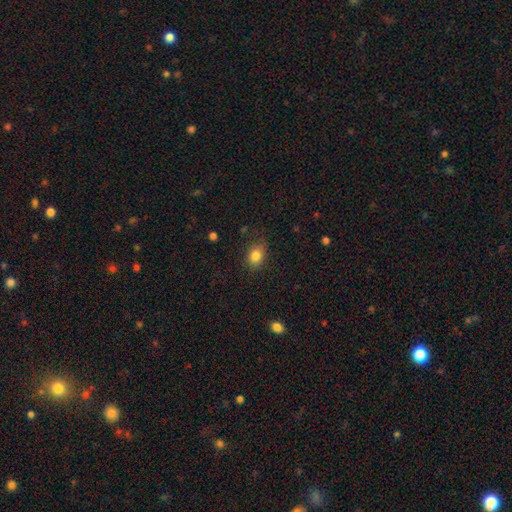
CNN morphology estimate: Overall: smooth (83%). How rounded: in between (67%; round 32%). Merging: none (78%).